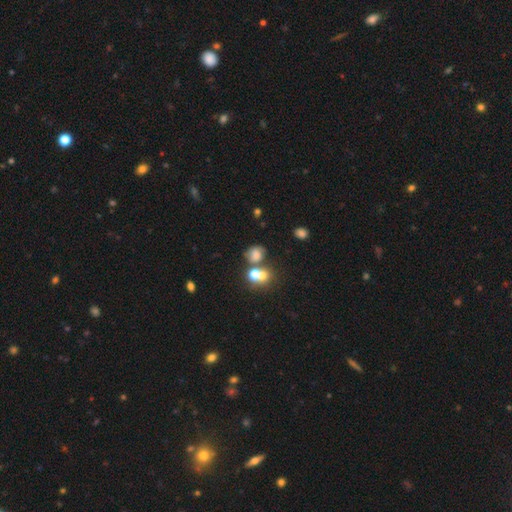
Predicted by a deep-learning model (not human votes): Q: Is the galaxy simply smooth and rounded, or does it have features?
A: smooth — 63%.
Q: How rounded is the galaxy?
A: round — 65%.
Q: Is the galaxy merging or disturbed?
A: none — 46%.